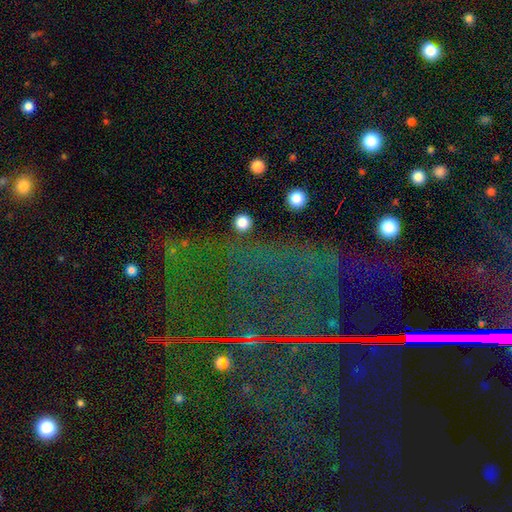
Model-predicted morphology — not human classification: type=star or artifact (80%).